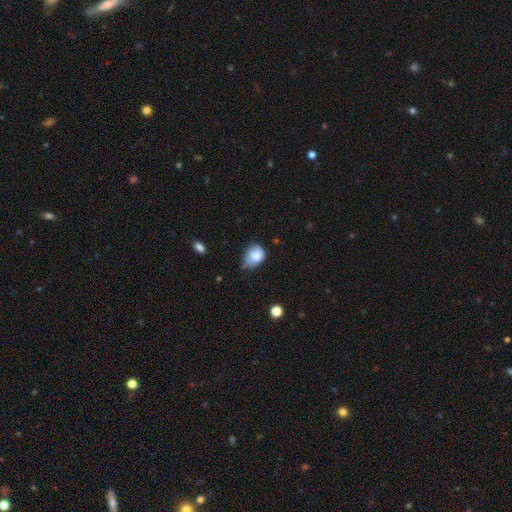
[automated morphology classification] Smooth or featured: smooth — 78% (featured or disk — 14%)
How rounded: in between — 59% (round — 40%)
Merging: minor disturbance — 44% (none — 40%)